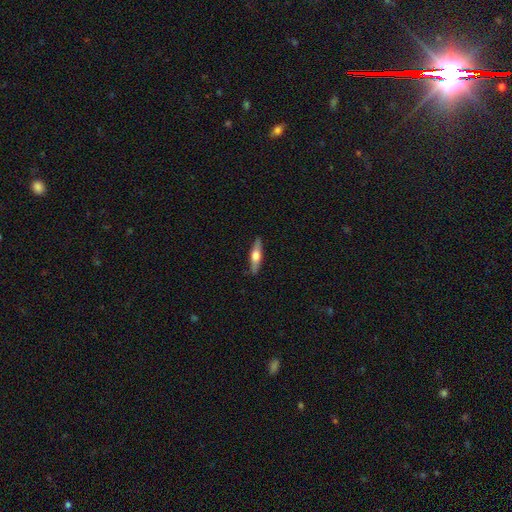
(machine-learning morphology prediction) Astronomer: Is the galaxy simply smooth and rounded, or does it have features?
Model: featured or disk — 52% (runner-up: smooth, 43%).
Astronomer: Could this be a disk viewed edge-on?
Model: yes — 93%.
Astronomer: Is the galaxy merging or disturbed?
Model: none — 88%.